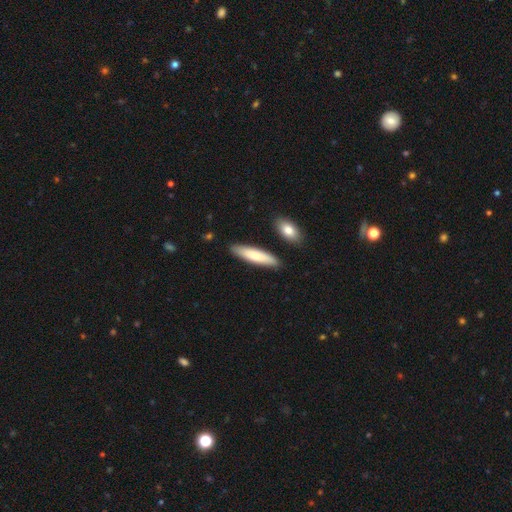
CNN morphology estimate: smooth 76%, featured or disk 19%, star or artifact 5%. Down the decision tree: how rounded — cigar-shaped (76%); merging — none (87%).